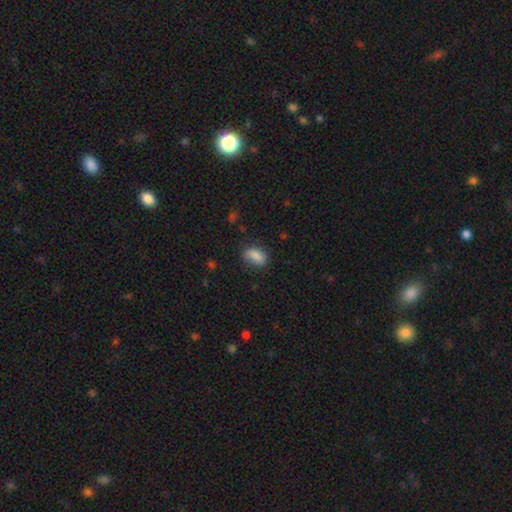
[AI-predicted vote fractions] This is clearly a smooth galaxy (84%). How rounded: clearly in between (88%). Merging: likely none (73%).